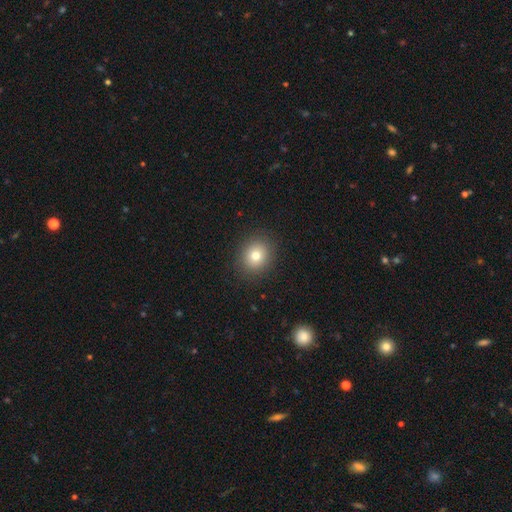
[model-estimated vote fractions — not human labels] The model was most divided on "how rounded": round: 75%, in between: 24%, cigar-shaped: 1%. More confident: merging — none (90%); smooth or featured — smooth (78%).